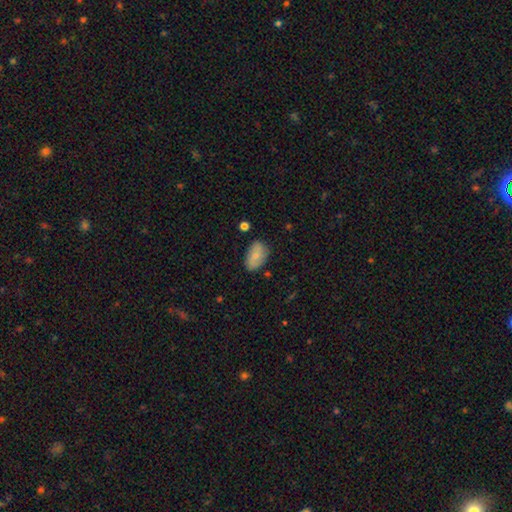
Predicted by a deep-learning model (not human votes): A smooth galaxy with no disk features (74%) that is in between round and cigar-shaped (92%).

Vote fractions:
- Smooth or featured? smooth: 74% / featured or disk: 19% / star or artifact: 7%
- How rounded? in between: 92% / round: 6% / cigar-shaped: 2%
- Merging? none: 78% / minor disturbance: 16% / major disturbance: 3% / merger: 2%